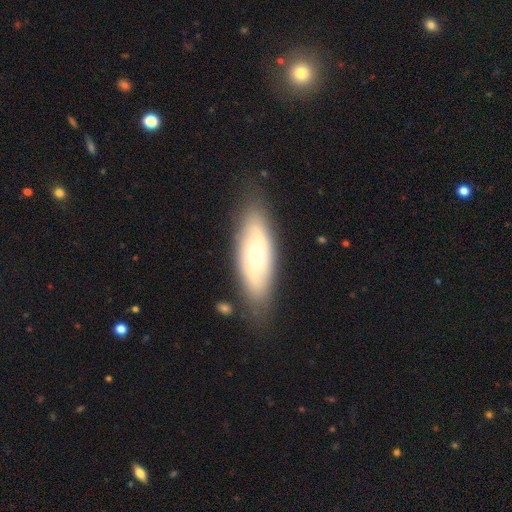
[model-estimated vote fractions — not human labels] A featured or disk galaxy (49%). Merging: none (79%).